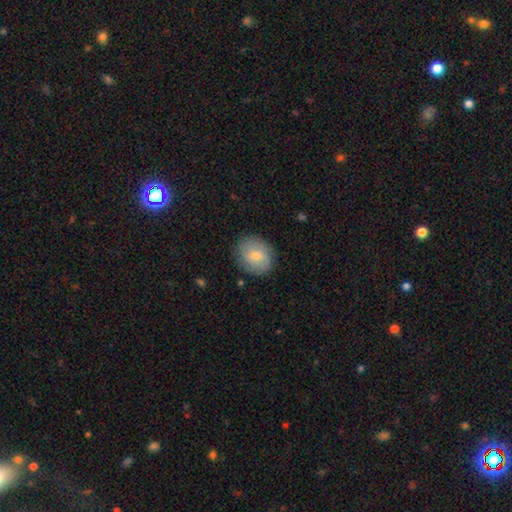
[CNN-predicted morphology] Overall: smooth (61%; featured or disk 30%). How rounded: round (64%; in between 35%). Merging: none (83%).